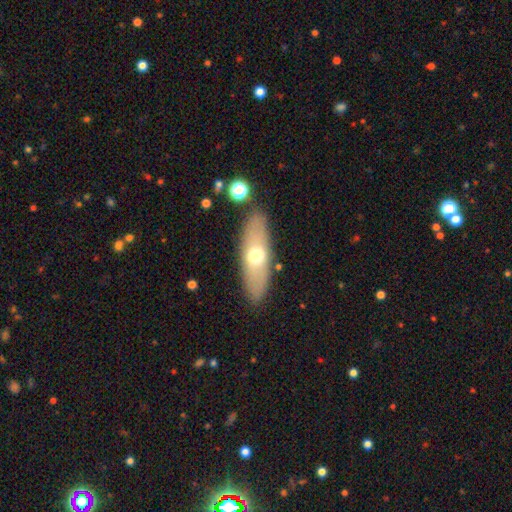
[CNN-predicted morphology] A smooth galaxy with no disk features (57%) that is in between round and cigar-shaped (58%). Merging: none (84%).